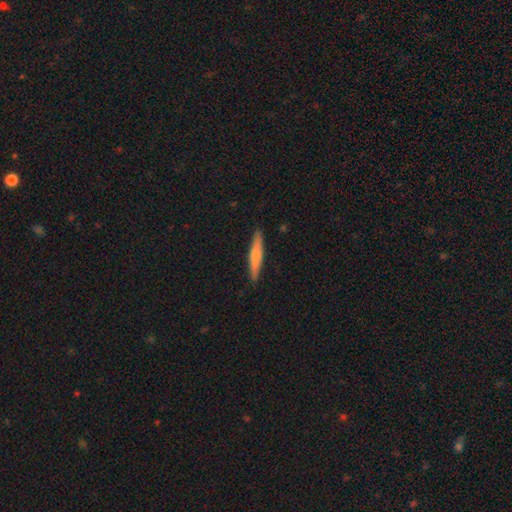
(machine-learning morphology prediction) The model was most divided on "smooth or featured": smooth: 60%, featured or disk: 35%, star or artifact: 5%. More confident: how rounded — cigar-shaped (93%); merging — none (90%).